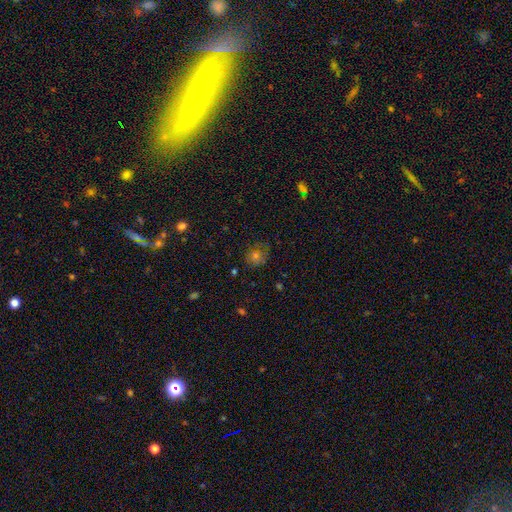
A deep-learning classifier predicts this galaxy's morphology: Smooth or featured? Predicted: smooth (p=0.54). How rounded? Predicted: round (p=0.77). Merging? Predicted: none (p=0.70).